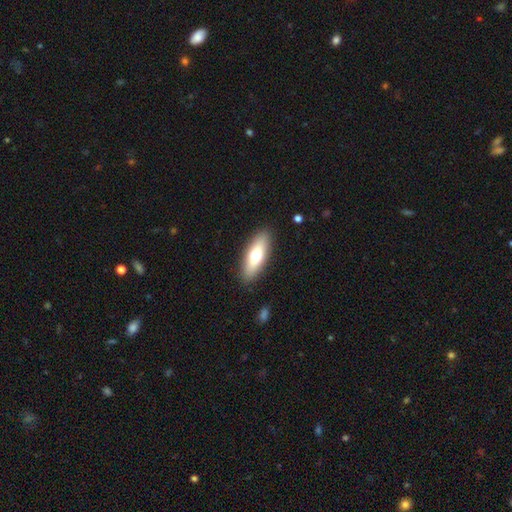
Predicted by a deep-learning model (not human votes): Overall: smooth (65%; featured or disk 29%). How rounded: in between (59%; cigar-shaped 39%). Merging: none (88%).